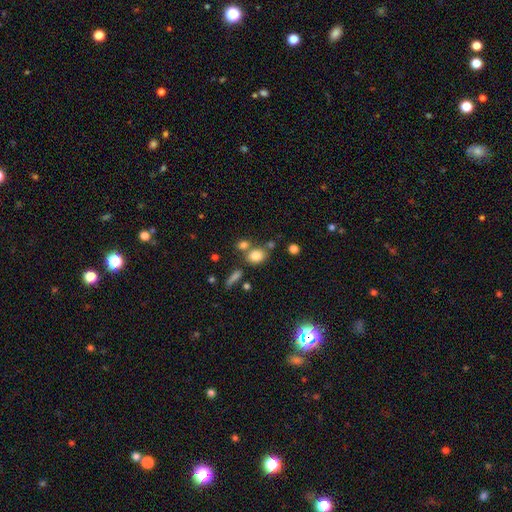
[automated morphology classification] A smooth galaxy with no disk features (80%) that is in between round and cigar-shaped (56%). Merging: none (62%).